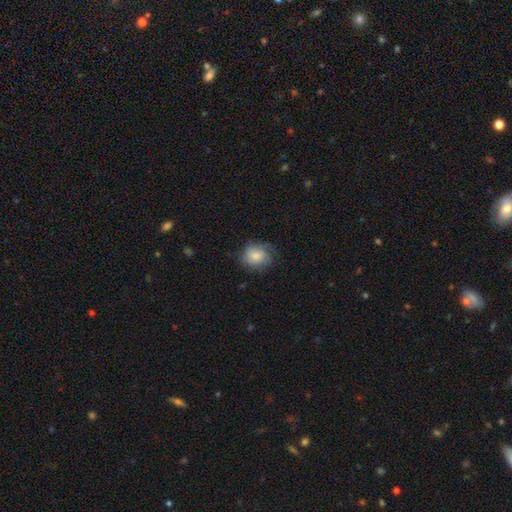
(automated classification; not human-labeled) Morphology: type=smooth (74%); roundness=round (56%); merging=none (58%).